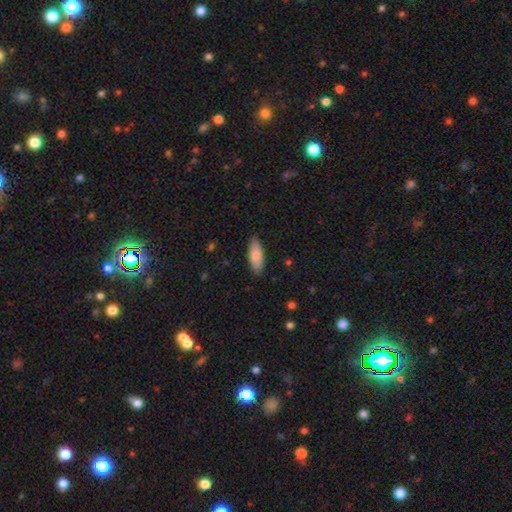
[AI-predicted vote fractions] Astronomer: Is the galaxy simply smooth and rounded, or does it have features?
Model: smooth — 84%.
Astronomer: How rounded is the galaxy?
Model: in between — 66%.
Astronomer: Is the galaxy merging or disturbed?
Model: none — 88%.